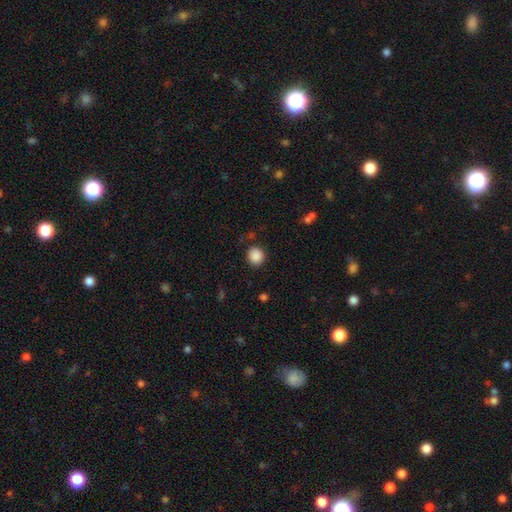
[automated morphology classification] The model was most divided on "merging": none: 87%, minor disturbance: 8%, major disturbance: 3%, merger: 2%. More confident: how rounded — round (89%); smooth or featured — smooth (88%).